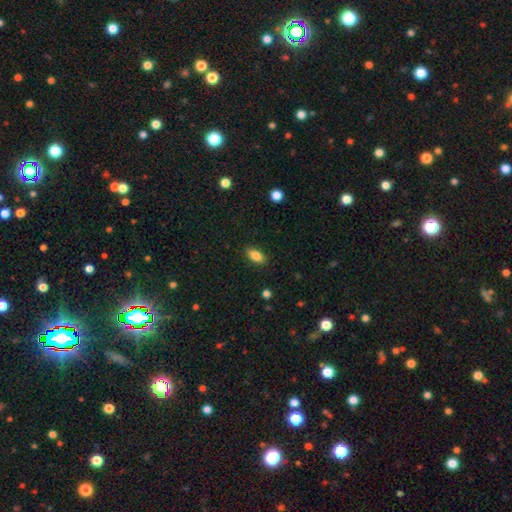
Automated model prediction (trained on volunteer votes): This is clearly a smooth galaxy (82%). How rounded: clearly in between (86%). Merging: clearly none (87%).